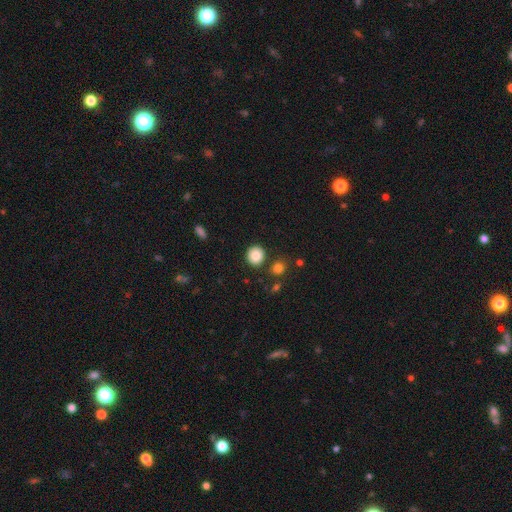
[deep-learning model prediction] Morphology: type=smooth (84%); roundness=round (88%); merging=none (87%).